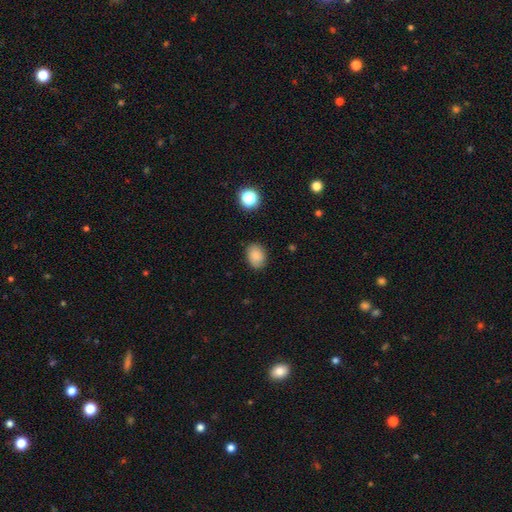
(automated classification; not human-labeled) A smooth galaxy with no disk features (78%) that is in between round and cigar-shaped (61%).

Vote fractions:
- Smooth or featured? smooth: 78% / featured or disk: 11% / star or artifact: 10%
- How rounded? in between: 61% / round: 39% / cigar-shaped: 1%
- Merging? none: 79% / minor disturbance: 16% / major disturbance: 3% / merger: 1%